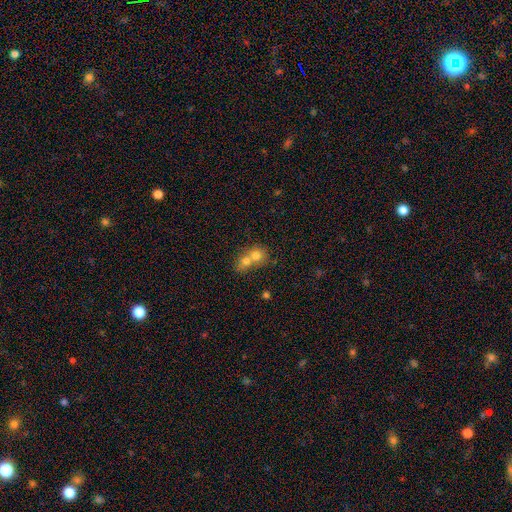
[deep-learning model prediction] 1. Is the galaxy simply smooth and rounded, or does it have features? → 72% smooth, 17% featured or disk, 10% star or artifact.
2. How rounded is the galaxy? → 71% round, 27% in between, 1% cigar-shaped.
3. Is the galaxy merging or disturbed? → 71% merger, 22% none, 5% minor disturbance, 2% major disturbance.